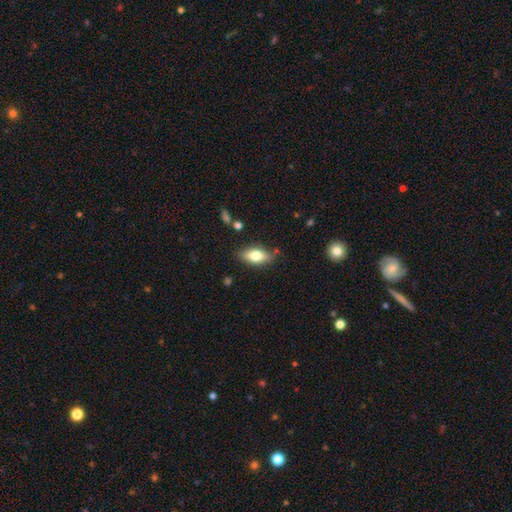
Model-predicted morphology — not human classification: This appears to be a smooth galaxy with no disk features (70%) that is in between round and cigar-shaped (82%). Merging: none (80%).